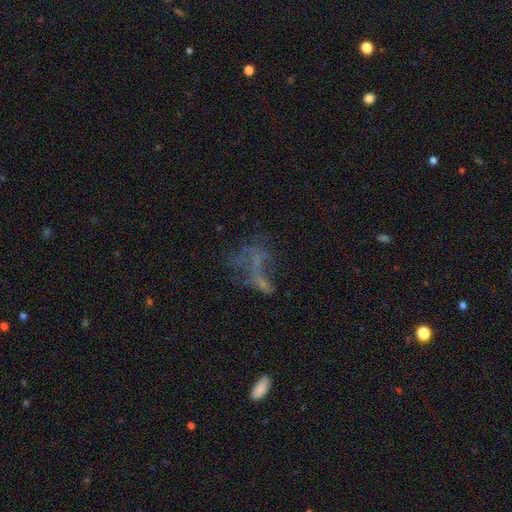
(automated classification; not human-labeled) smooth-or-featured: featured or disk: 47% | star or artifact: 29% | smooth: 24%
  merging: major disturbance: 38% | none: 34% | merger: 15% | minor disturbance: 13%